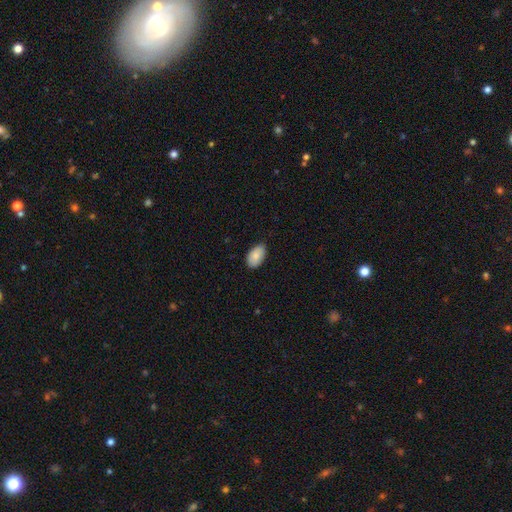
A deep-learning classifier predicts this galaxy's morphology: smooth_or_featured: smooth (p=0.85) [alt: featured or disk p=0.08]
how_rounded: in between (p=0.94) [alt: round p=0.05]
merging: none (p=0.79) [alt: minor disturbance p=0.17]